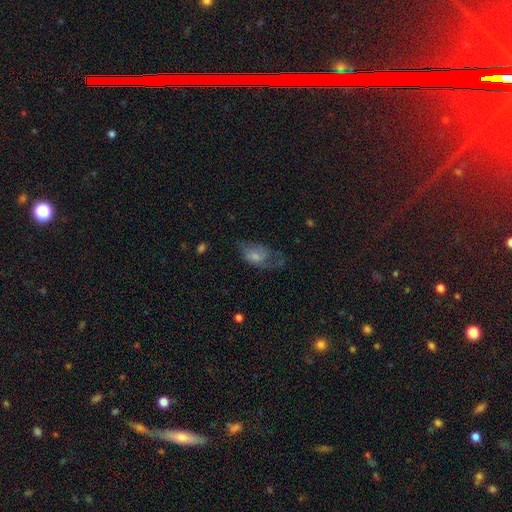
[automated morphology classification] A smooth galaxy with no disk features (55%) that is in between round and cigar-shaped (86%).

Vote fractions:
- Smooth or featured? smooth: 55% / featured or disk: 37% / star or artifact: 8%
- How rounded? in between: 86% / round: 11% / cigar-shaped: 3%
- Merging? none: 35% (tied) / major disturbance: 35% (tied) / minor disturbance: 28% / merger: 2%